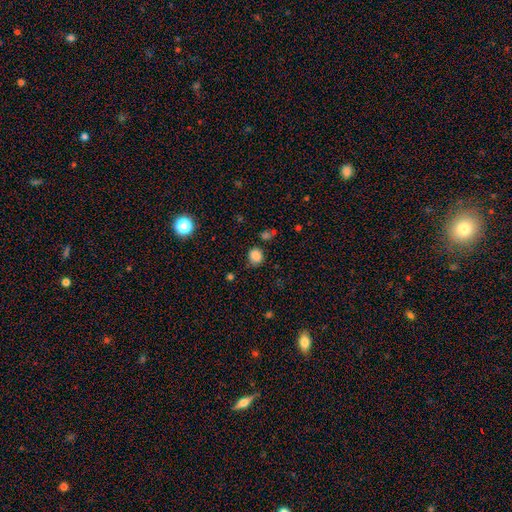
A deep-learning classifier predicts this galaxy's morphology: Smooth or featured? Predicted: smooth (p=0.83). How rounded? Predicted: round (p=0.69). Merging? Predicted: none (p=0.70).